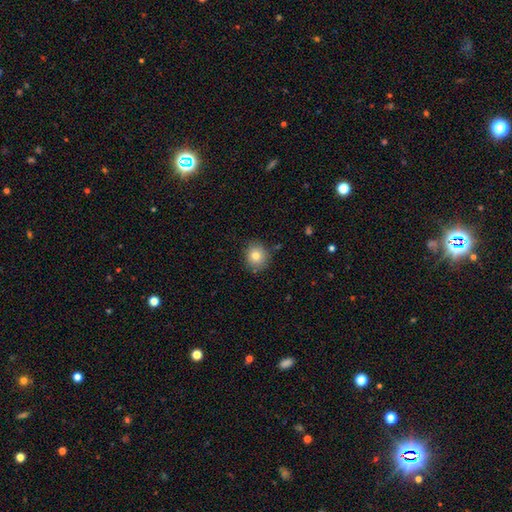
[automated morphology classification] Smooth or featured? smooth (79%)
How rounded? round (83%)
Merging? none (83%)